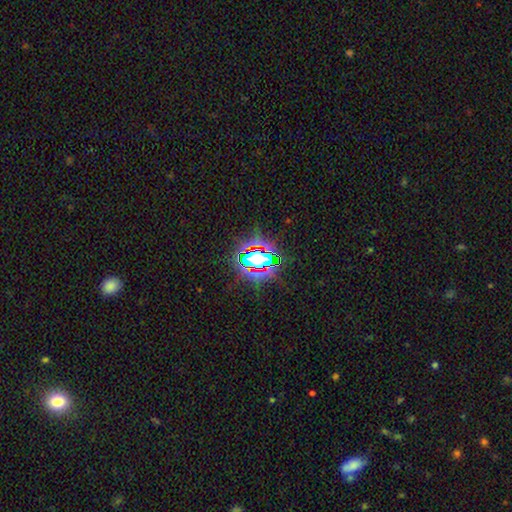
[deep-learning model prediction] Q: Smooth or featured?
A: star or artifact (72%); runner-up: smooth (16%)